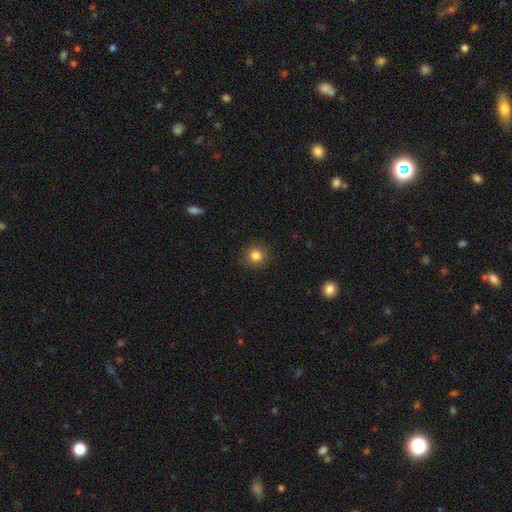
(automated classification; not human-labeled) This appears to be a smooth galaxy with no disk features (83%) that is round (91%). Merging: none (89%).